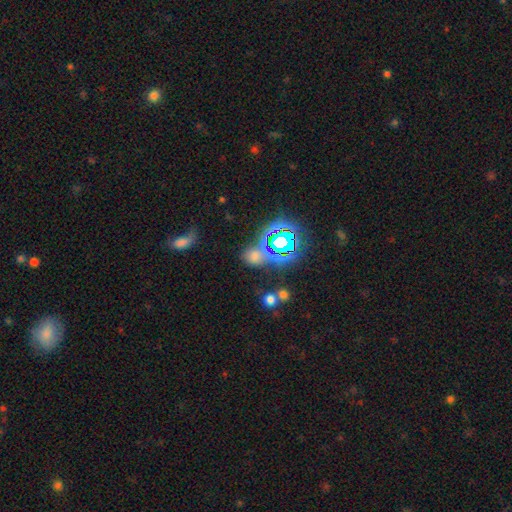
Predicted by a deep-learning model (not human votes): Q: Smooth or featured?
A: star or artifact (46%); runner-up: smooth (44%)